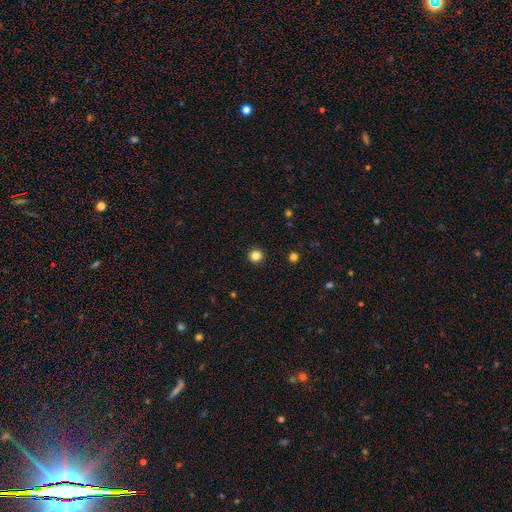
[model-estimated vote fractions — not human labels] Q: Smooth or featured?
A: smooth (84%); runner-up: star or artifact (12%)
Q: How rounded?
A: round (95%); runner-up: in between (4%)
Q: Merging?
A: none (93%); runner-up: minor disturbance (4%)